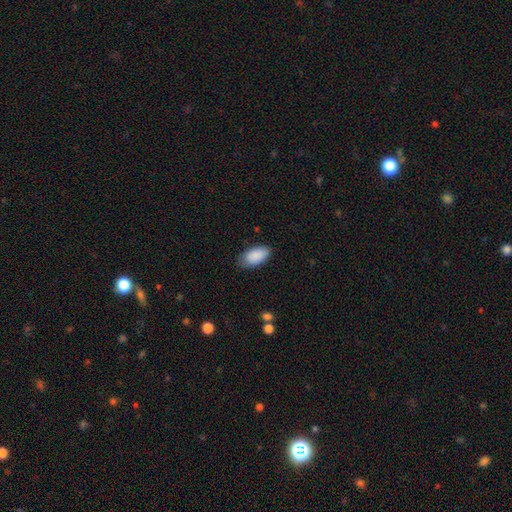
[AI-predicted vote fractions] A smooth galaxy with no disk features (89%) that is in between round and cigar-shaped (95%). Merging: none (77%).